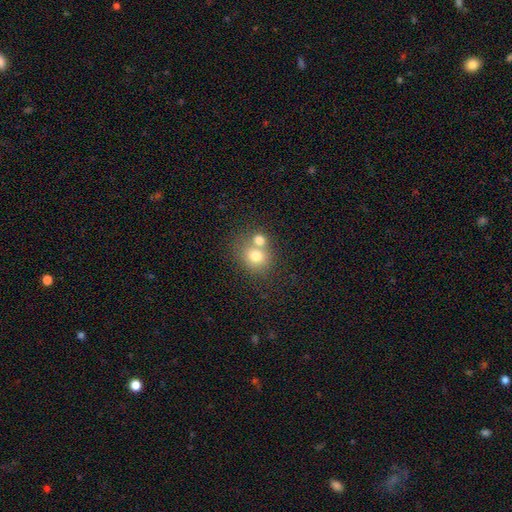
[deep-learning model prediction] Smooth or featured? smooth (73%)
How rounded? round (72%)
Merging? merger (46%)